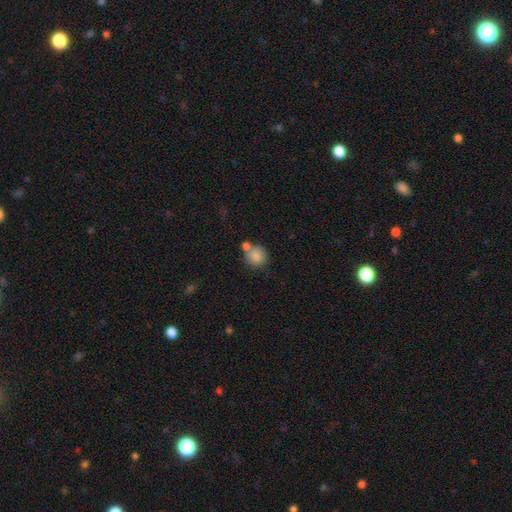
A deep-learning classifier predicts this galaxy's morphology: Smooth or featured? smooth (85%)
How rounded? round (88%)
Merging? none (57%)